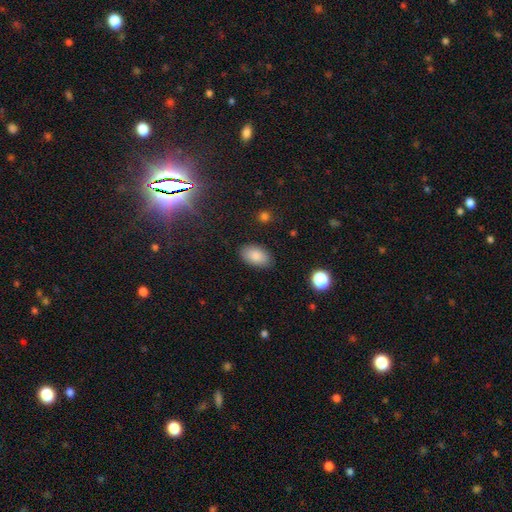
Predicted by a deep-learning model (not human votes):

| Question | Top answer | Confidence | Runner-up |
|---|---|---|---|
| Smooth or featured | smooth | 86% | star or artifact (8%) |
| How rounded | in between | 93% | round (5%) |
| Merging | none | 85% | minor disturbance (11%) |